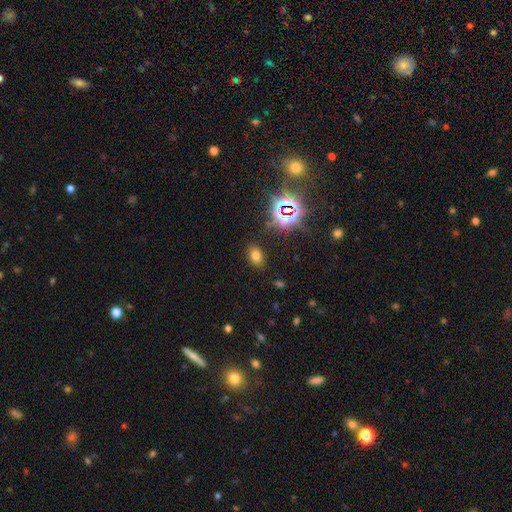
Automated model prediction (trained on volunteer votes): smooth-or-featured: smooth: 67% | star or artifact: 26% | featured or disk: 7%
  how-rounded: in between: 81% | round: 17% | cigar-shaped: 1%
  merging: none: 86% | minor disturbance: 9% | major disturbance: 3% | merger: 2%